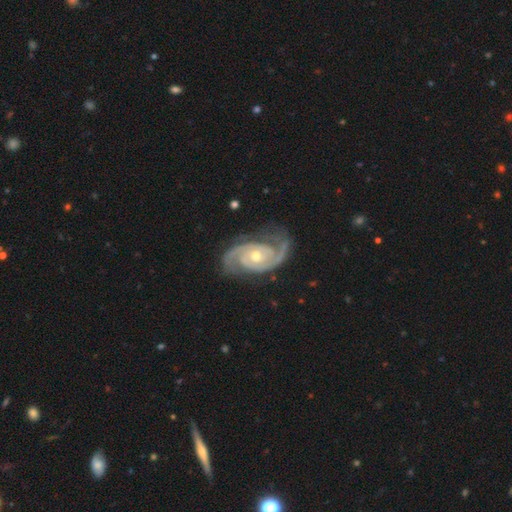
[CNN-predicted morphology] featured or disk 94%, star or artifact 4%, smooth 3%. Down the decision tree: edge-on disk — no (98%); bar — no (67%); spiral arms — yes (99%); spiral arm count — 2 (88%); spiral winding — tight (56%); bulge size — moderate (61%); merging — none (79%).